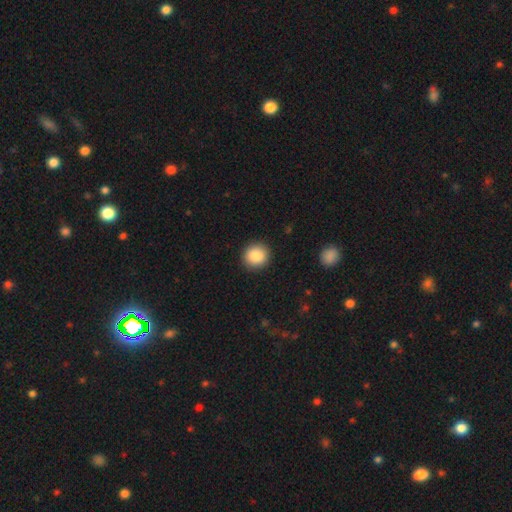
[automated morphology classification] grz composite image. It shows a smooth galaxy with no disk features (87%) that is round (92%). Merging: none (92%).